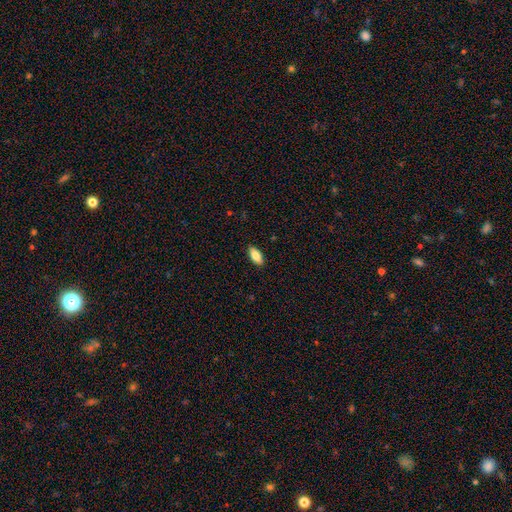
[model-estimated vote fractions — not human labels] A smooth galaxy with no disk features (83%) that is in between round and cigar-shaped (86%). Merging: none (89%).